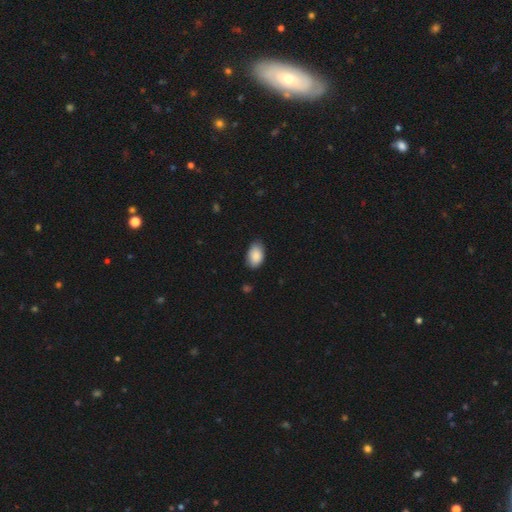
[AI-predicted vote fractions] Morphology: type=smooth (87%); roundness=in between (92%); merging=none (77%).